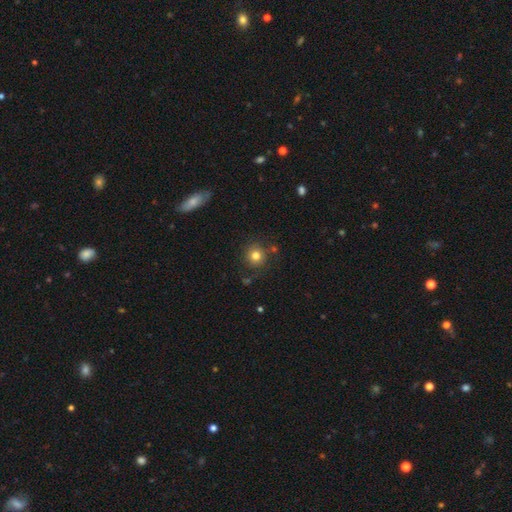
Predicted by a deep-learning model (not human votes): A smooth galaxy with no disk features (80%) that is round (92%). Merging: none (83%).